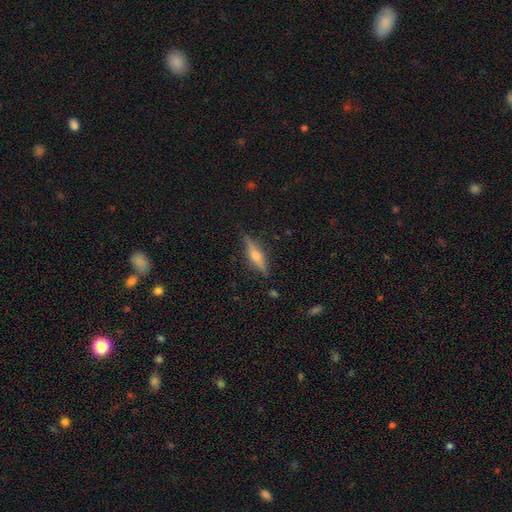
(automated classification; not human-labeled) Morphology: type=featured or disk (66%); edge-on=yes (96%); edge-on bulge=rounded (86%); merging=none (86%).